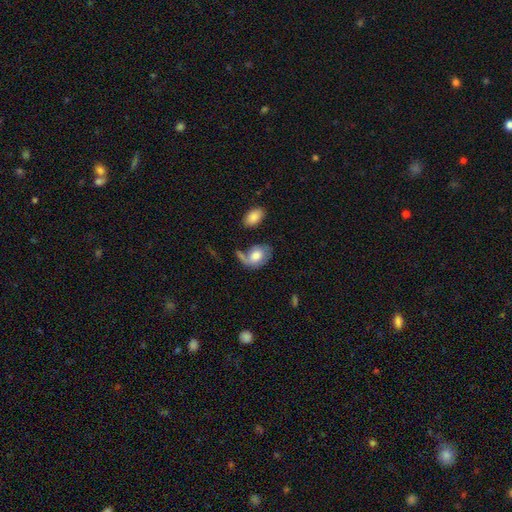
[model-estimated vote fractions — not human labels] A smooth galaxy with no disk features (59%) that is in between round and cigar-shaped (76%). Merging: none (36%).